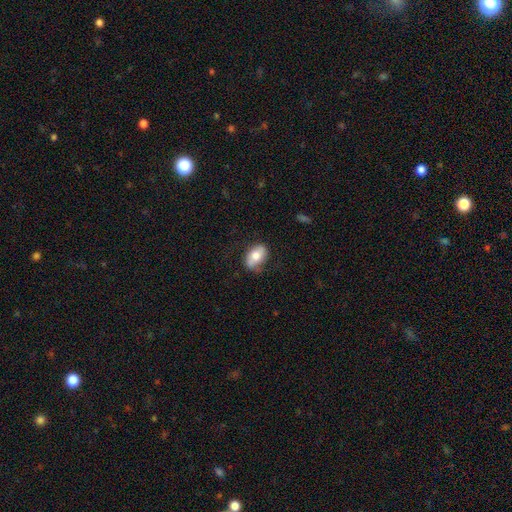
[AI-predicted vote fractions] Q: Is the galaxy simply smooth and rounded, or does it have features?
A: smooth — 68%.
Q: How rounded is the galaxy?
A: in between — 90%.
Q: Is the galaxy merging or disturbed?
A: none — 71%.